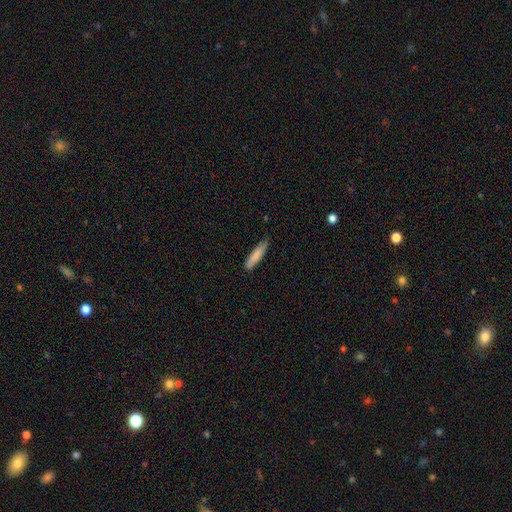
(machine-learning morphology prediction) Smooth or featured? smooth (83%)
How rounded? cigar-shaped (83%)
Merging? none (81%)